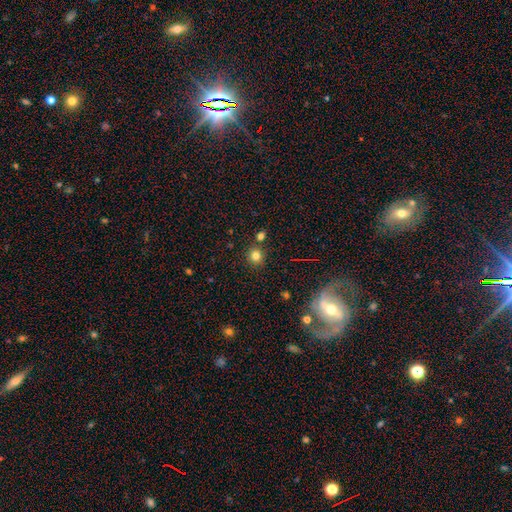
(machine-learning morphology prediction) smooth 79%, star or artifact 14%, featured or disk 6%. Down the decision tree: how rounded — round (89%); merging — none (82%).